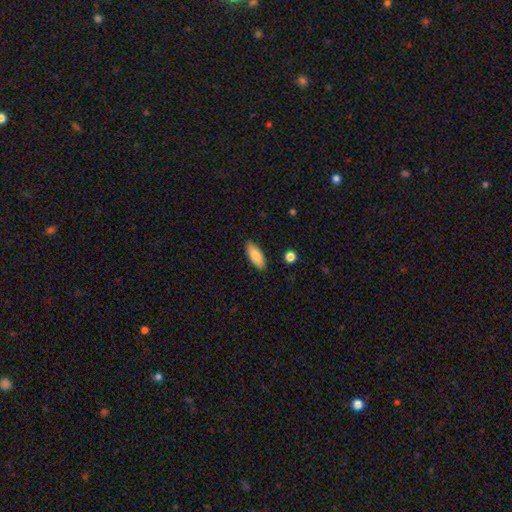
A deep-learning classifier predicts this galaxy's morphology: A smooth galaxy with no disk features (84%) that is in between round and cigar-shaped (80%).

Vote fractions:
- Smooth or featured? smooth: 84% / featured or disk: 10% / star or artifact: 6%
- How rounded? in between: 80% / cigar-shaped: 18% / round: 2%
- Merging? none: 87% / minor disturbance: 9% / major disturbance: 2% / merger: 1%